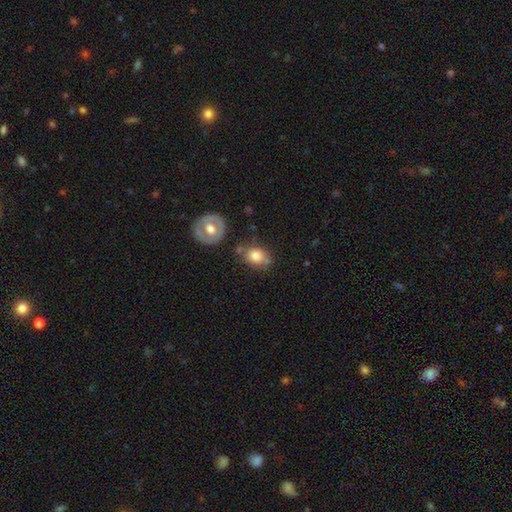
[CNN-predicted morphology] A smooth galaxy with no disk features (74%) that is in between round and cigar-shaped (50%). Merging: none (61%).